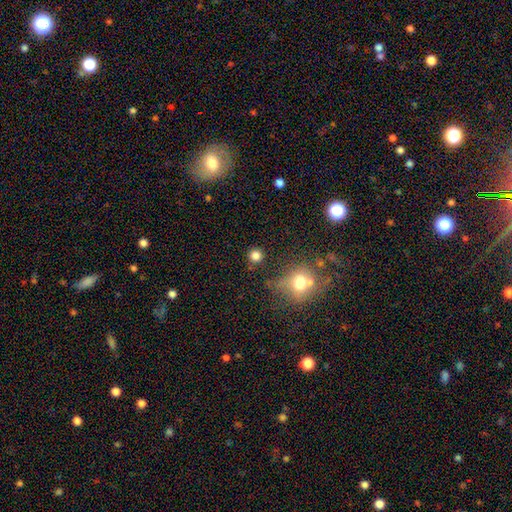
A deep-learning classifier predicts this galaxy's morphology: smooth-or-featured: smooth: 81% | star or artifact: 13% | featured or disk: 6%
  how-rounded: round: 92% | in between: 7% | cigar-shaped: 1%
  merging: none: 84% | minor disturbance: 7% | merger: 6% | major disturbance: 3%